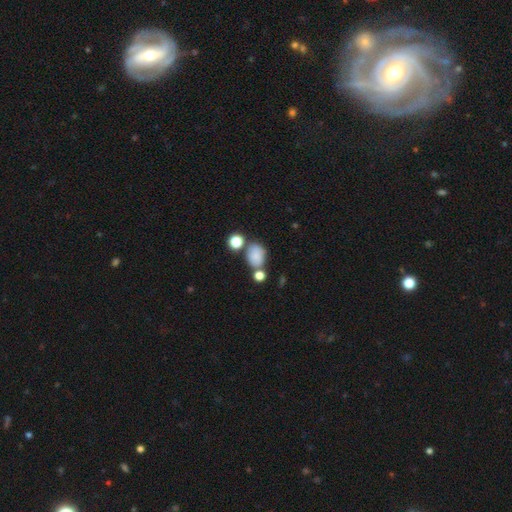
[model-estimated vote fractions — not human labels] This is likely a smooth galaxy (79%). How rounded: likely in between (64%). Merging: possibly none (56%).